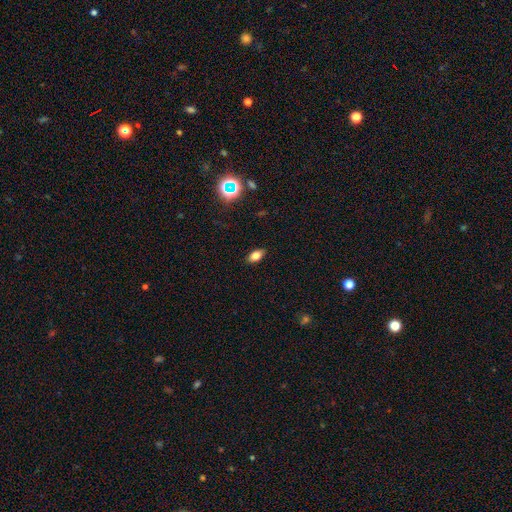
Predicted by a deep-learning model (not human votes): smooth-or-featured: smooth: 76% | star or artifact: 13% | featured or disk: 11%
  how-rounded: in between: 88% | round: 6% | cigar-shaped: 6%
  merging: none: 87% | minor disturbance: 9% | major disturbance: 2% | merger: 1%